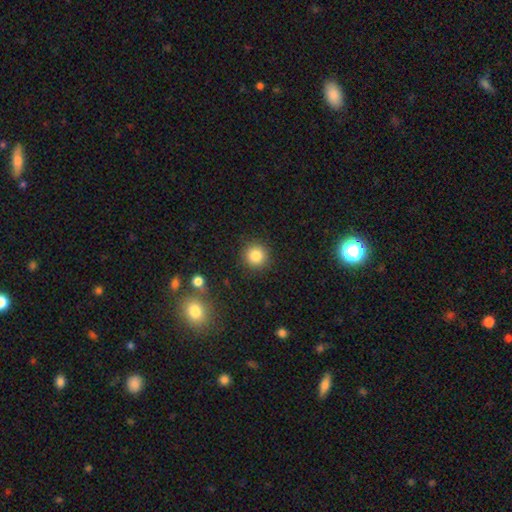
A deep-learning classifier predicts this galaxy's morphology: This is clearly a smooth galaxy (84%). How rounded: clearly round (94%). Merging: clearly none (90%).